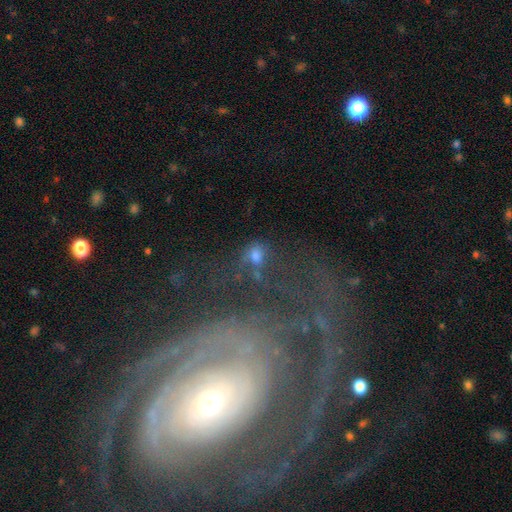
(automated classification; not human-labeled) Smooth or featured: smooth — 48% (star or artifact — 30%)
Merging: none — 42% (major disturbance — 23%)